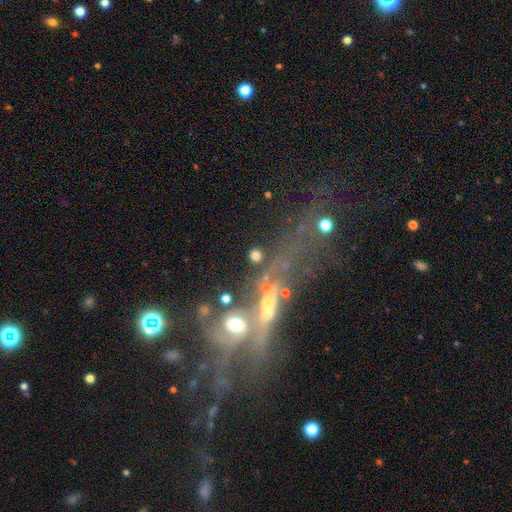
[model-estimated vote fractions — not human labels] Smooth or featured?
  - smooth: 66% *
  - star or artifact: 17%
  - featured or disk: 16%
How rounded?
  - round: 72% *
  - in between: 21%
  - cigar-shaped: 7%
Merging?
  - none: 63% *
  - merger: 18%
  - major disturbance: 10%
  - minor disturbance: 10%